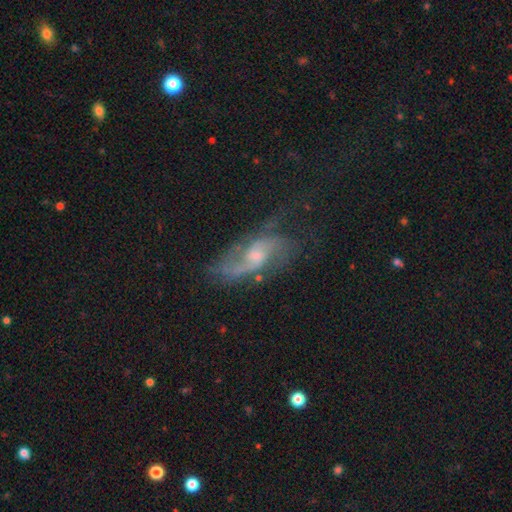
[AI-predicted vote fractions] A featured or disk galaxy (76%) with no bar (57%), 2 (63%) loose (42%) spiral arms (90%) and a small central bulge (45%, tied with moderate). Merging: none (59%).